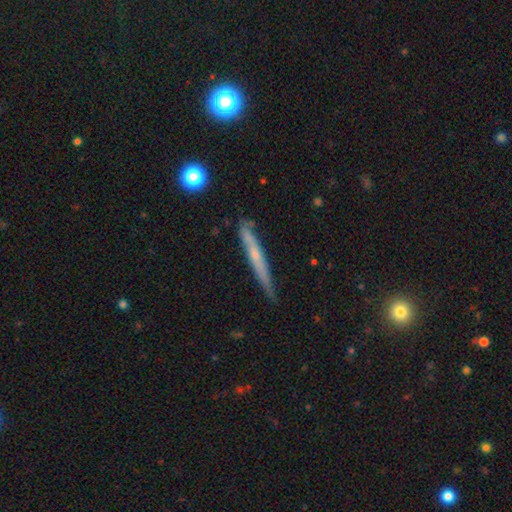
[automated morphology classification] type=featured or disk (50%); edge-on=yes (90%); merging=none (68%).